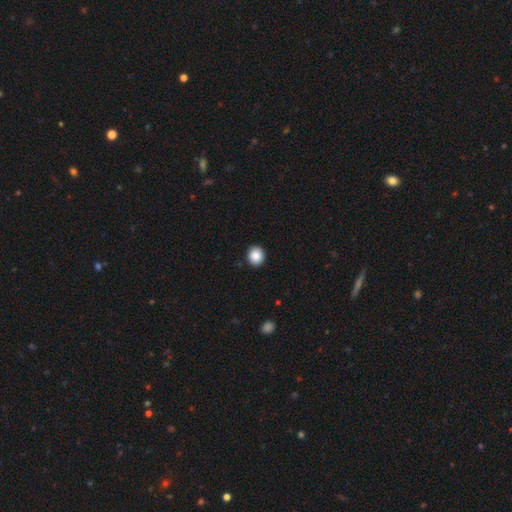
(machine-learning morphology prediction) Smooth or featured? Predicted: smooth (p=0.87). How rounded? Predicted: round (p=0.80). Merging? Predicted: none (p=0.92).